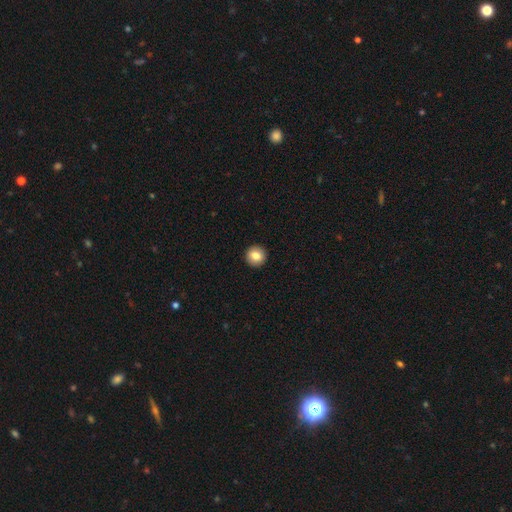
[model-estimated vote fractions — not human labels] Smooth or featured? Predicted: smooth (p=0.82). How rounded? Predicted: round (p=0.95). Merging? Predicted: none (p=0.94).